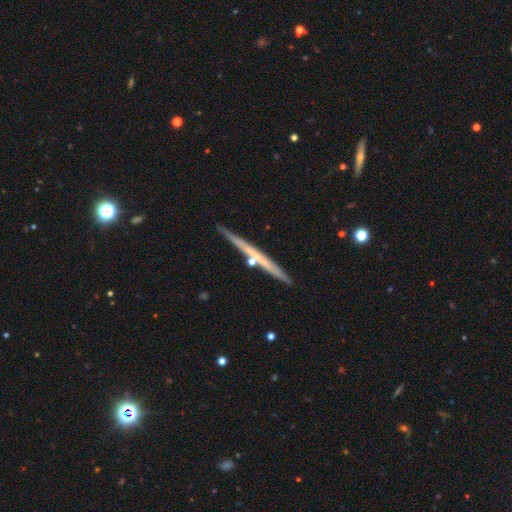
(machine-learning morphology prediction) The model was most divided on "smooth or featured": featured or disk: 62%, smooth: 32%, star or artifact: 6%. More confident: edge-on disk — yes (97%); merging — none (85%); edge-on bulge — none (73%).